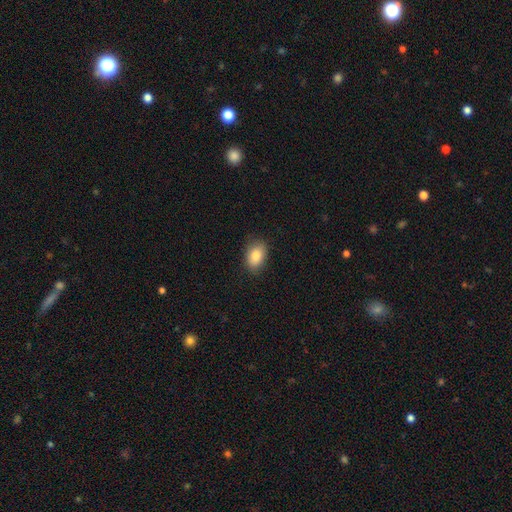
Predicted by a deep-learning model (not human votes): This is clearly a smooth galaxy (86%). How rounded: clearly in between (86%). Merging: clearly none (83%).